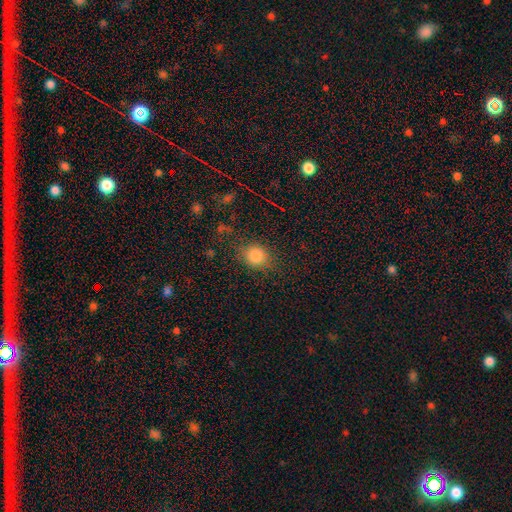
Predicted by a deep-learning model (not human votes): This appears to be a smooth galaxy with no disk features (82%) that is round (65%). Merging: none (77%).